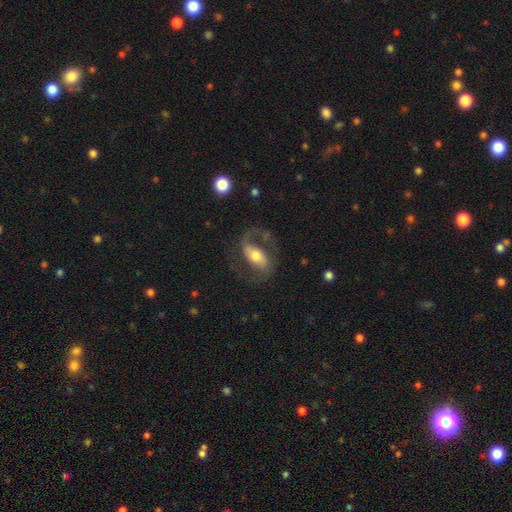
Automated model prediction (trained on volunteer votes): featured or disk 78%, smooth 16%, star or artifact 6%. Down the decision tree: edge-on disk — no (95%); bar — strong (41%); spiral arms — yes (91%); spiral arm count — 2 (86%); spiral winding — medium (50%); bulge size — moderate (64%); merging — none (65%).